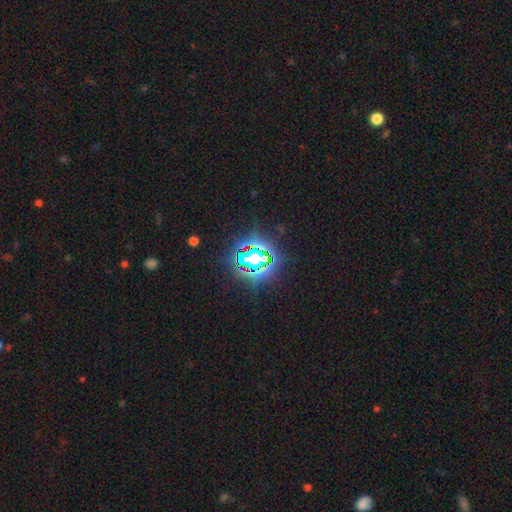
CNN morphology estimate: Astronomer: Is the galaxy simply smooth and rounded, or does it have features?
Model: star or artifact — 80%.